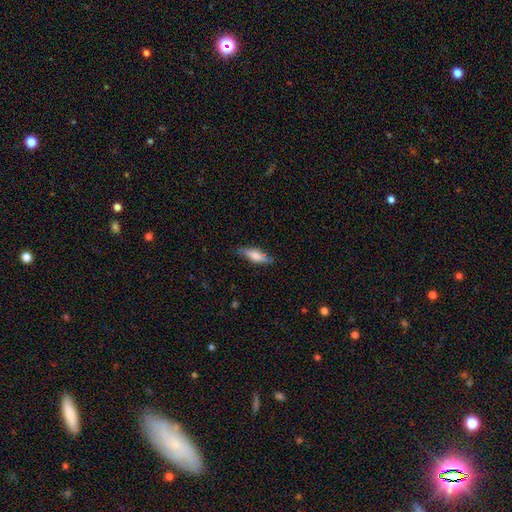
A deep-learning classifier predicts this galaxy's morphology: Smooth or featured? Predicted: smooth (p=0.67). How rounded? Predicted: cigar-shaped (p=0.51). Merging? Predicted: none (p=0.80).